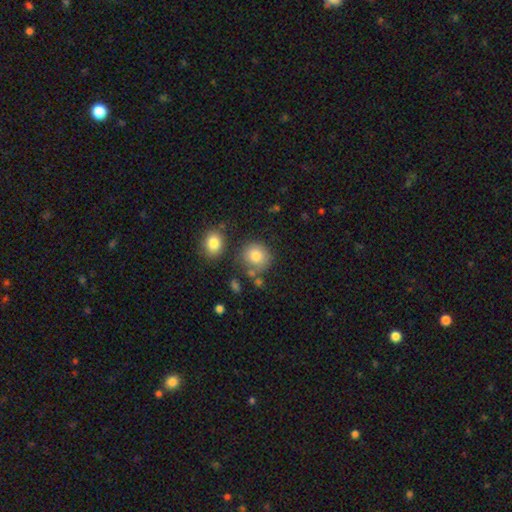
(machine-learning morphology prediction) type=smooth (81%); roundness=round (87%); merging=none (73%).